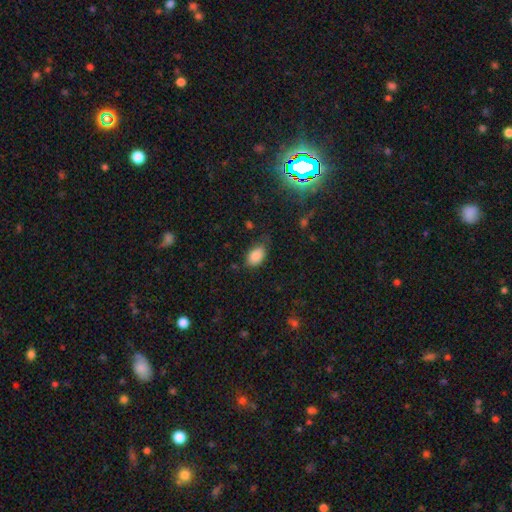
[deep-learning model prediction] This is clearly a smooth galaxy (85%). How rounded: clearly in between (90%). Merging: likely none (65%).